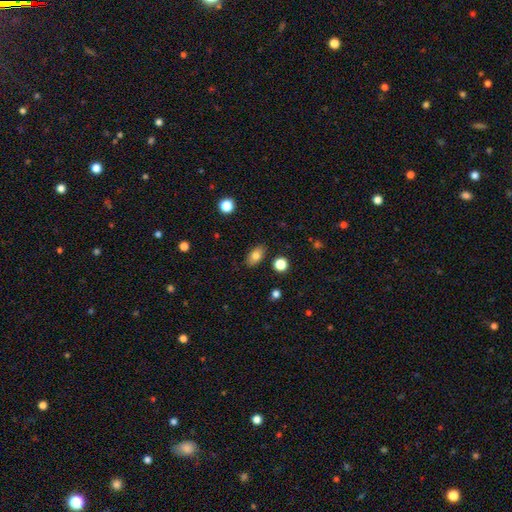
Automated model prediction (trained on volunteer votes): Q: Smooth or featured?
A: smooth (79%); runner-up: featured or disk (12%)
Q: How rounded?
A: in between (88%); runner-up: round (9%)
Q: Merging?
A: none (86%); runner-up: minor disturbance (10%)